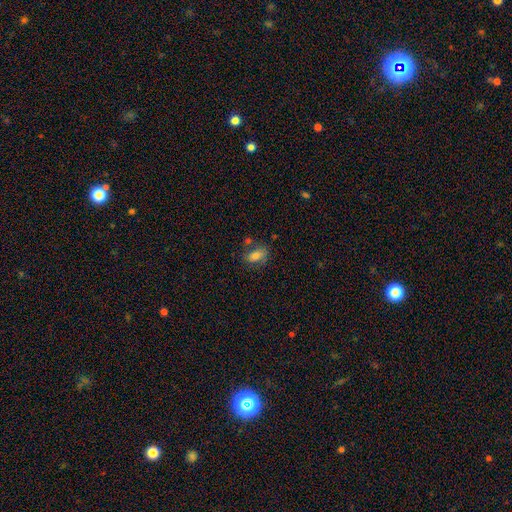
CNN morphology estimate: smooth 72%, featured or disk 18%, star or artifact 10%. Down the decision tree: how rounded — in between (84%); merging — none (63%).